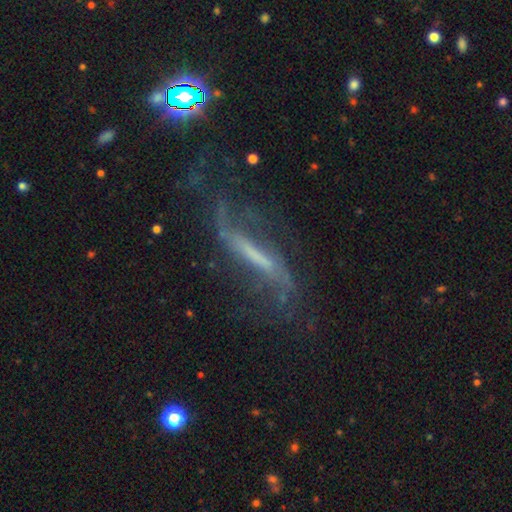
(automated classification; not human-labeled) smooth-or-featured: featured or disk: 75% | smooth: 13% | star or artifact: 12%
  disk-edge-on: no: 69% | yes: 31%
    bar: strong: 59% | weak: 25% | no: 16%
    has-spiral-arms: yes: 81% | no: 19%
    bulge-size: none: 50% | small: 26% | moderate: 17% | large: 5% | dominant: 2%
  merging: none: 49% | major disturbance: 27% | minor disturbance: 19% | merger: 5%